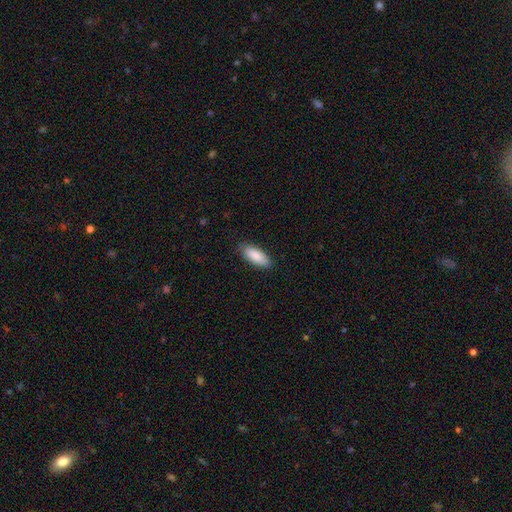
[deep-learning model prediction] Overall: smooth (88%). How rounded: in between (75%). Merging: none (87%).